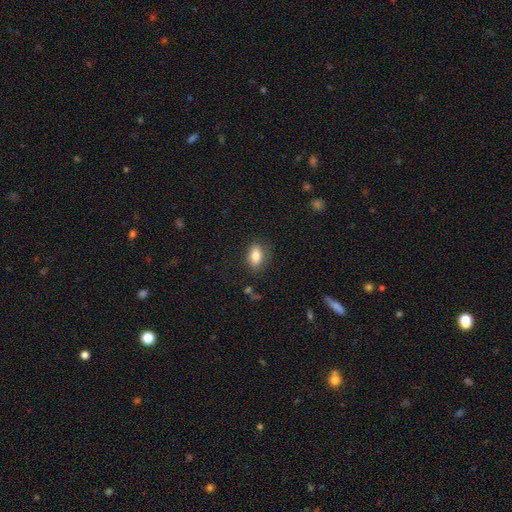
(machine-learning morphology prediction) smooth 84%, star or artifact 8%, featured or disk 8%. Down the decision tree: how rounded — in between (85%); merging — none (83%).